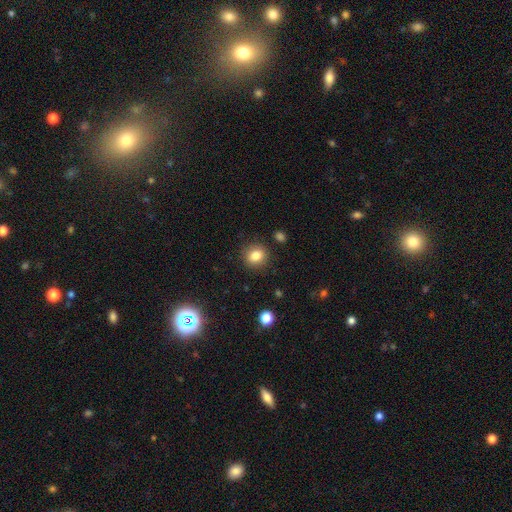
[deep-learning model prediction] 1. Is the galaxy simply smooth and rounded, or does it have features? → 83% smooth, 11% star or artifact, 7% featured or disk.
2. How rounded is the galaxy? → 76% round, 23% in between, 1% cigar-shaped.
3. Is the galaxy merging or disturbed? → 88% none, 8% minor disturbance, 3% major disturbance, 2% merger.